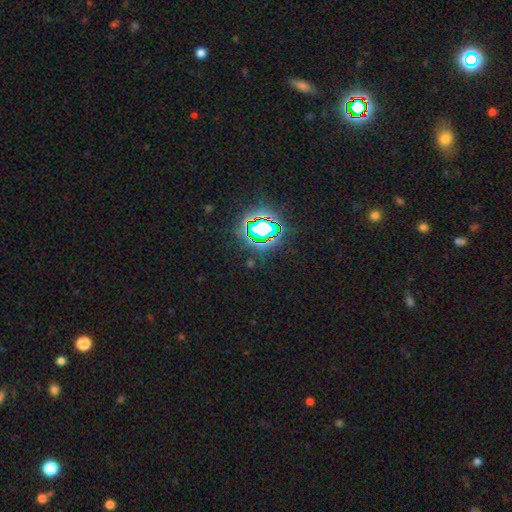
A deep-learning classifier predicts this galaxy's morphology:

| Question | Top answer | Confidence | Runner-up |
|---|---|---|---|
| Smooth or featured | star or artifact | 83% | smooth (11%) |